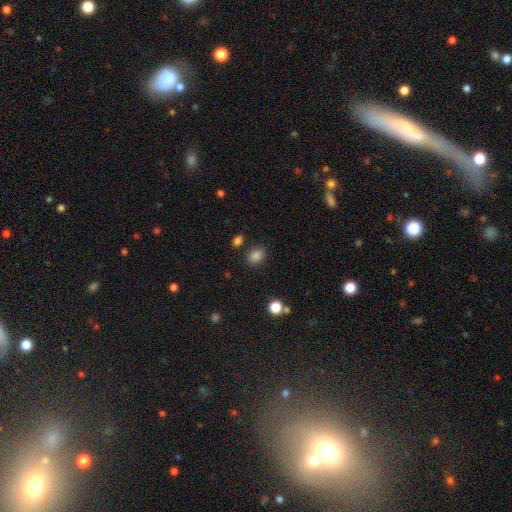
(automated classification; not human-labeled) Smooth or featured? Predicted: smooth (p=0.85). How rounded? Predicted: in between (p=0.69). Merging? Predicted: none (p=0.82).